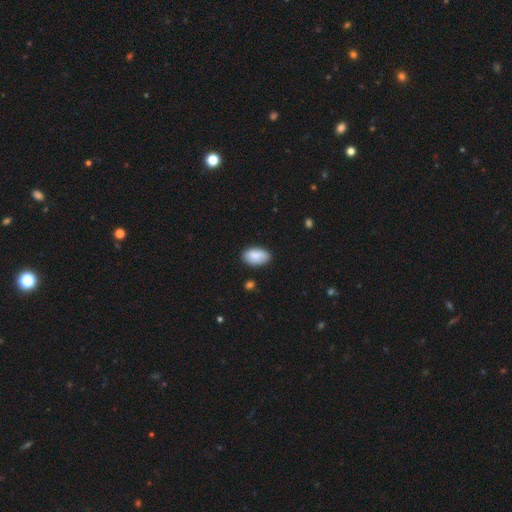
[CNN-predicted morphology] Smooth or featured: smooth — 85% (featured or disk — 9%)
How rounded: in between — 94% (round — 4%)
Merging: none — 80% (minor disturbance — 15%)